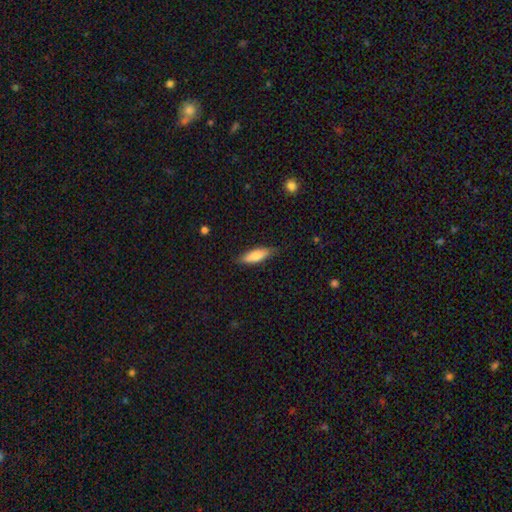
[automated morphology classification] This appears to be a smooth galaxy with no disk features (77%) that is in between round and cigar-shaped (51%). Merging: none (81%).